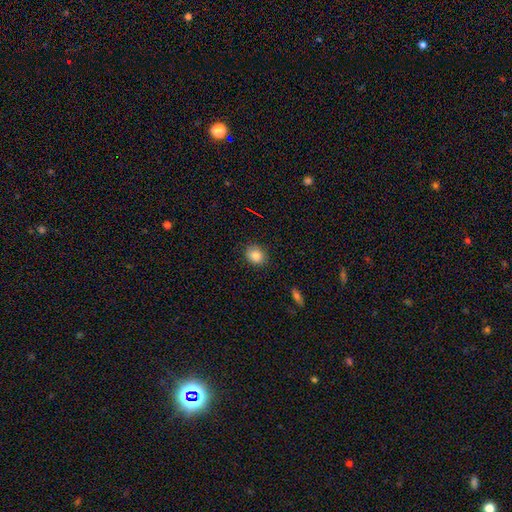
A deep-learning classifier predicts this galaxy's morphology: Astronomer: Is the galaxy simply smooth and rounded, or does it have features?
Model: smooth — 83%.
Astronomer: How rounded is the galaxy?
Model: round — 60% (runner-up: in between, 39%).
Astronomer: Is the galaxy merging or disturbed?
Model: none — 87%.